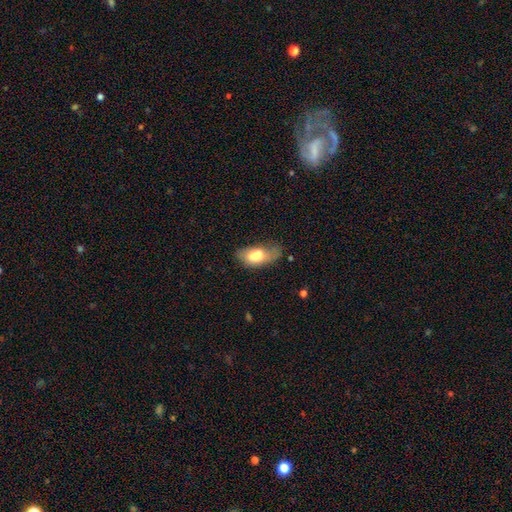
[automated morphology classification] Smooth or featured? Predicted: smooth (p=0.74). How rounded? Predicted: in between (p=0.91). Merging? Predicted: none (p=0.38).